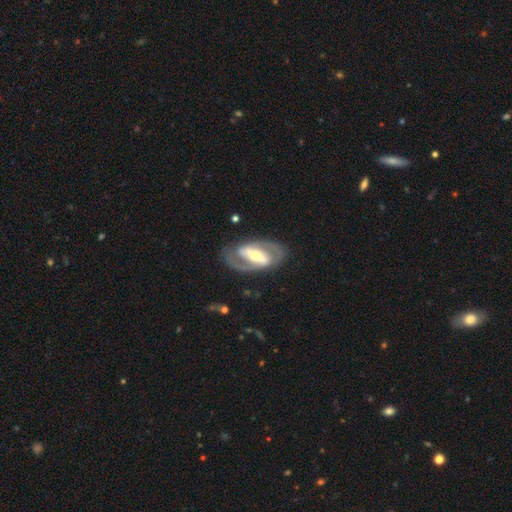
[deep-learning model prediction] smooth-or-featured: featured or disk: 86% | smooth: 10% | star or artifact: 4%
  disk-edge-on: no: 95% | yes: 5%
    bar: strong: 69% | weak: 22% | no: 10%
    has-spiral-arms: yes: 86% | no: 14%
      spiral-winding: medium: 50% | tight: 31% | loose: 19%
      spiral-arm-count: 2: 89% | can't tell: 5% | 1: 3% | 3: 1% | 4: 1% | more than 4: 1%
    bulge-size: moderate: 57% | small: 33% | large: 8% | none: 1% | dominant: 1%
  merging: none: 79% | minor disturbance: 13% | major disturbance: 7% | merger: 2%